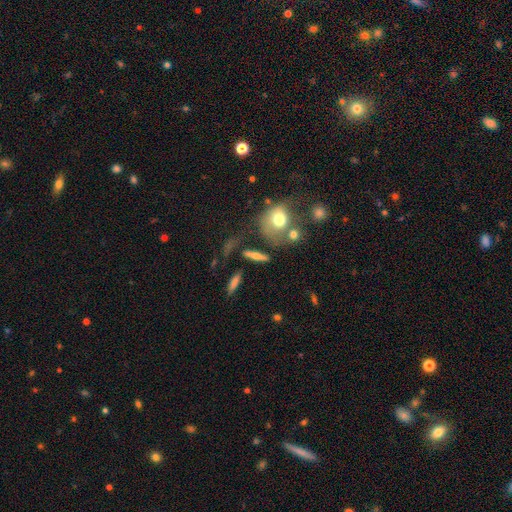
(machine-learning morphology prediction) A smooth galaxy with no disk features (52%) that is cigar-shaped (59%). Merging: none (62%).